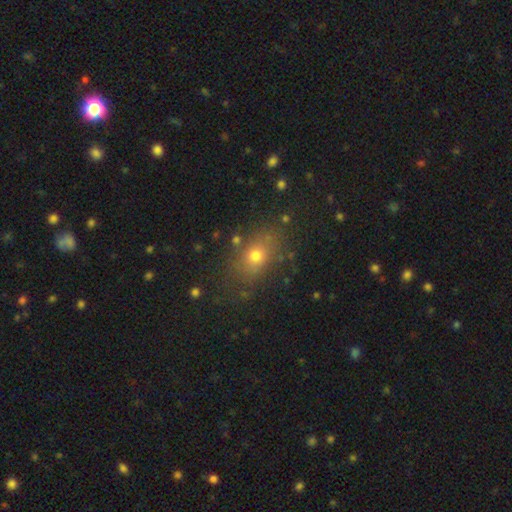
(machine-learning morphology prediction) Smooth or featured?
  - smooth: 71% *
  - star or artifact: 16%
  - featured or disk: 13%
How rounded?
  - in between: 60% *
  - round: 37%
  - cigar-shaped: 2%
Merging?
  - none: 78% *
  - minor disturbance: 14%
  - major disturbance: 6%
  - merger: 3%